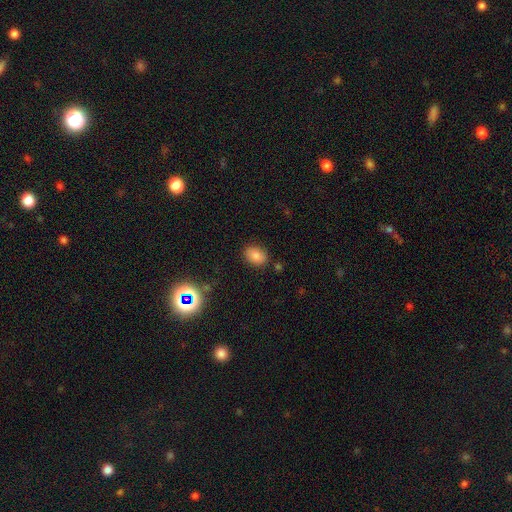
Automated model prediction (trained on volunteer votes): A smooth galaxy with no disk features (80%) that is in between round and cigar-shaped (73%).

Vote fractions:
- Smooth or featured? smooth: 80% / star or artifact: 12% / featured or disk: 7%
- How rounded? in between: 73% / round: 26% / cigar-shaped: 1%
- Merging? none: 84% / minor disturbance: 11% / major disturbance: 3% / merger: 2%